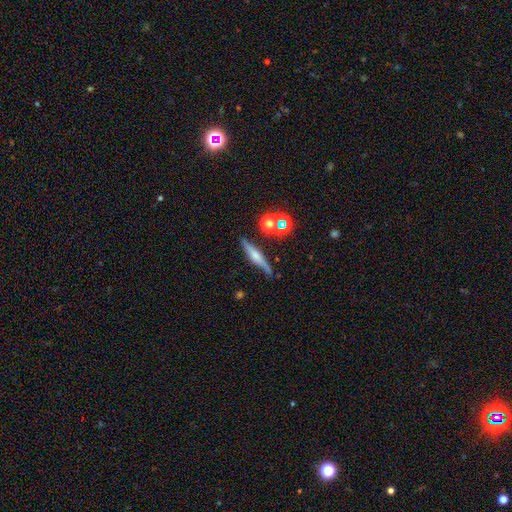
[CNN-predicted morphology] The model was most divided on "smooth or featured": featured or disk: 55%, smooth: 34%, star or artifact: 11%. More confident: edge-on disk — yes (94%); merging — none (82%); edge-on bulge — rounded (74%).